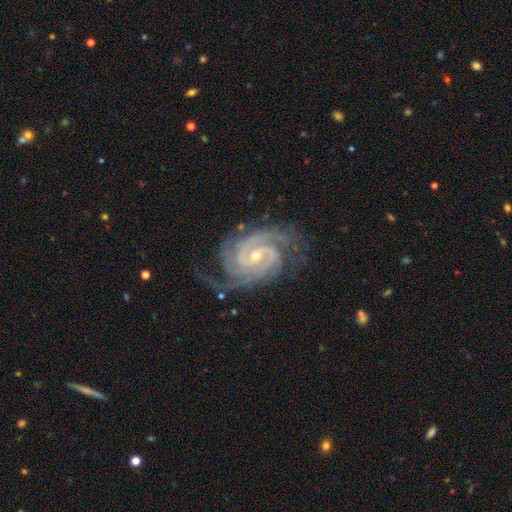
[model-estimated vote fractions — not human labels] A featured or disk galaxy (94%) with a weak bar (45%), 3 (34%) tight (71%) spiral arms (99%) and a small central bulge (59%). Merging: none (71%).